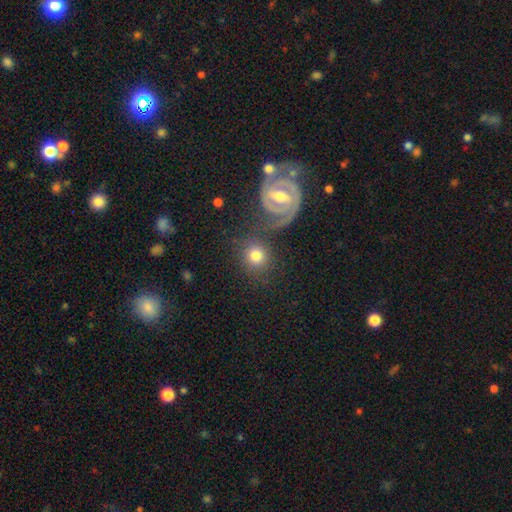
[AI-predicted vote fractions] smooth 70%, featured or disk 20%, star or artifact 10%. Down the decision tree: how rounded — round (85%); merging — none (70%).